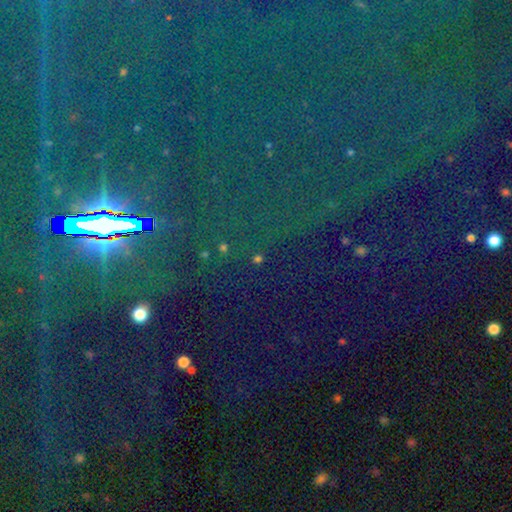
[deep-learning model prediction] star or artifact 85%, smooth 8%, featured or disk 7%.